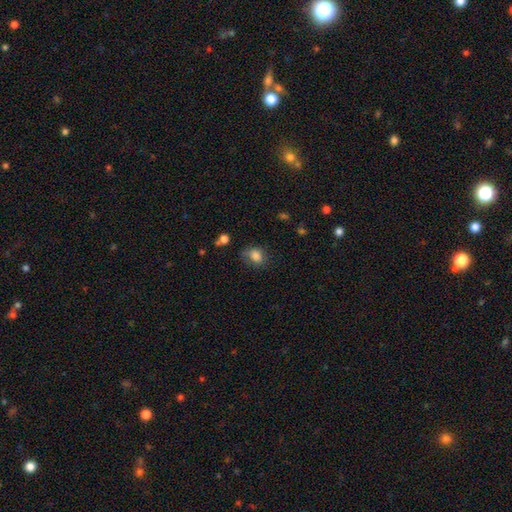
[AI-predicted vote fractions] Smooth or featured? smooth (82%)
How rounded? in between (60%)
Merging? none (61%)